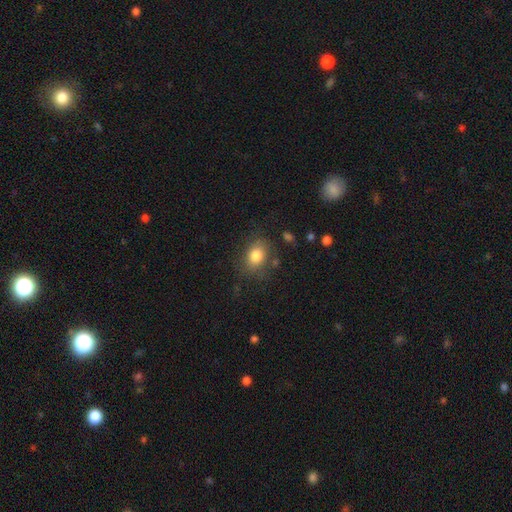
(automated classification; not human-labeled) A smooth galaxy with no disk features (81%) that is in between round and cigar-shaped (61%). Merging: none (74%).